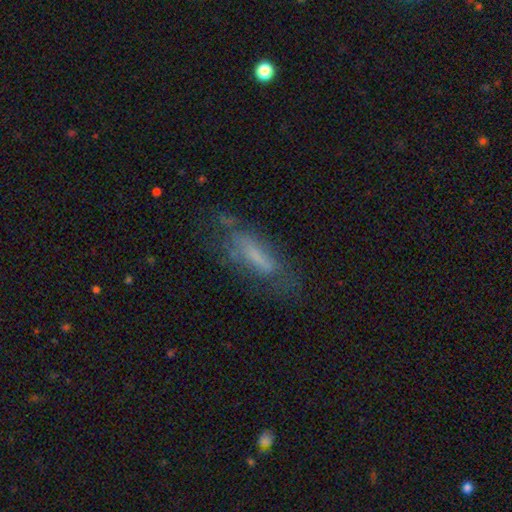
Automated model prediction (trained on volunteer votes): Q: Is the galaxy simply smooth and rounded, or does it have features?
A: smooth — 49%.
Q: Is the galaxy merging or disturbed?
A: none — 52%.